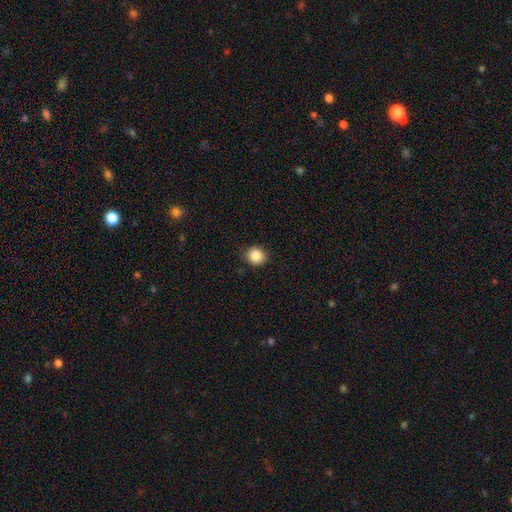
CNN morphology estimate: type=smooth (87%); roundness=round (84%); merging=none (86%).